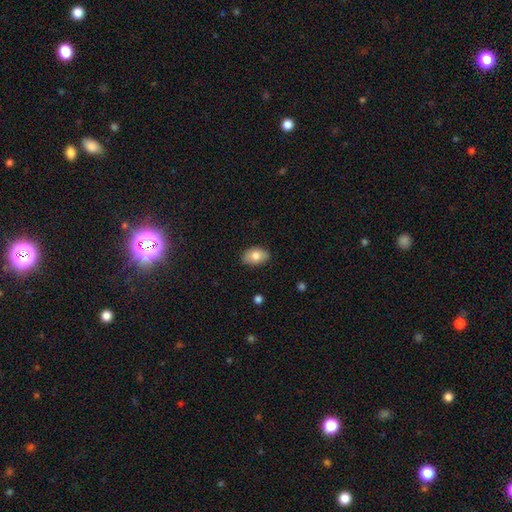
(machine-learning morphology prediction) Q: Smooth or featured?
A: smooth (79%); runner-up: featured or disk (14%)
Q: How rounded?
A: in between (87%); runner-up: round (12%)
Q: Merging?
A: none (85%); runner-up: minor disturbance (12%)